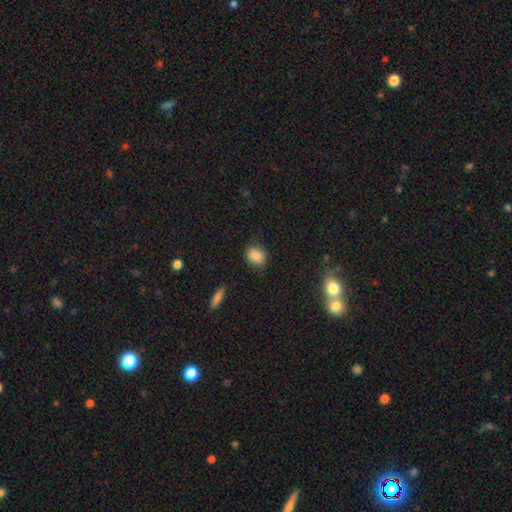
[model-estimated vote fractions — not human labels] The model was most divided on "how rounded": in between: 55%, round: 43%, cigar-shaped: 1%. More confident: smooth or featured — smooth (86%); merging — none (79%).